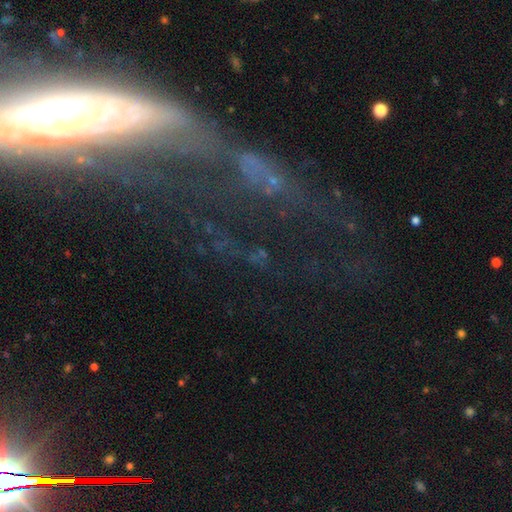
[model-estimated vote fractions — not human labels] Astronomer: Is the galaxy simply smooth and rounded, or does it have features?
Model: star or artifact — 42% (runner-up: featured or disk, 39%).